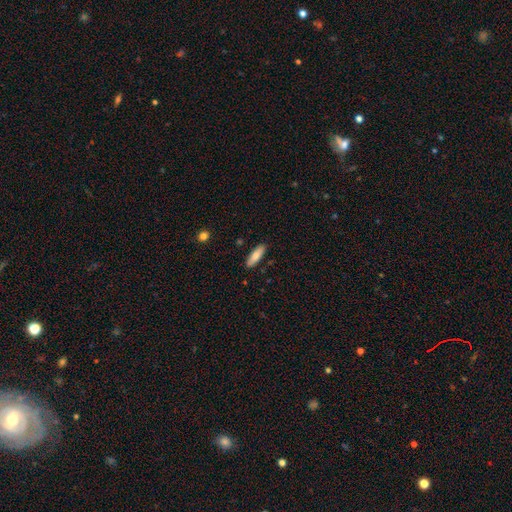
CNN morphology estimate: The model was most divided on "how rounded": cigar-shaped: 50%, in between: 48%, round: 2%. More confident: merging — none (89%); smooth or featured — smooth (78%).